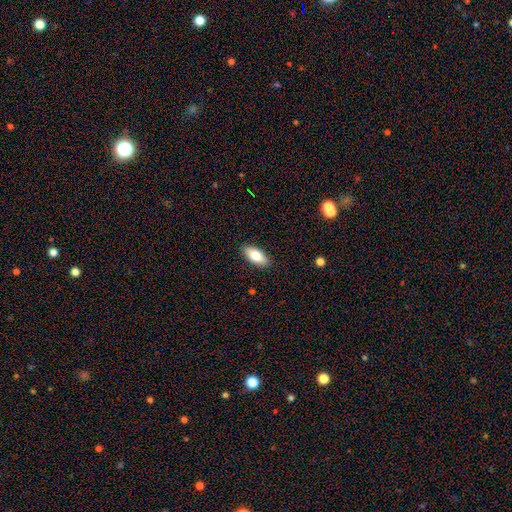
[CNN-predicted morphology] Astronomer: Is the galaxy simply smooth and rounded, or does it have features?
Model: smooth — 80%.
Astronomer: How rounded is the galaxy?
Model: in between — 88%.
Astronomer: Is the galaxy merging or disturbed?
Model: none — 89%.